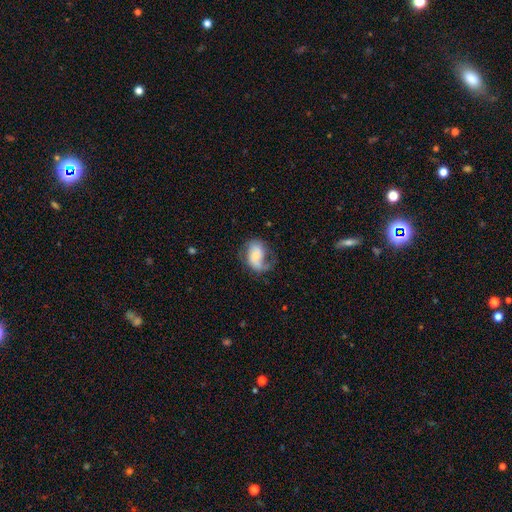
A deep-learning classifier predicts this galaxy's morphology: Overall: featured or disk (54%; smooth 39%). Edge-on disk: no (96%). Bar: no (61%; weak 27%). Spiral arms: yes (78%). Bulge size: small (48%; moderate 42%). Merging: none (42%; major disturbance 28%).